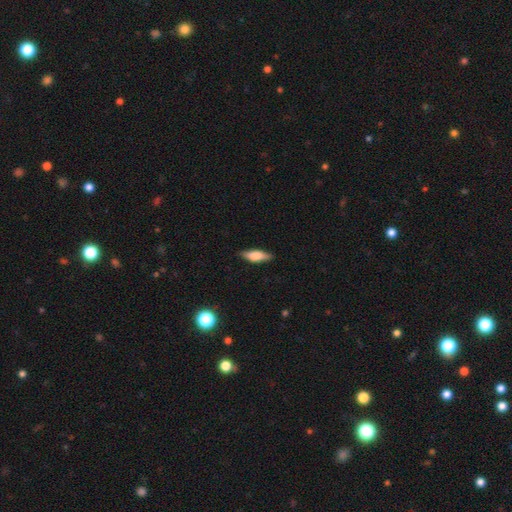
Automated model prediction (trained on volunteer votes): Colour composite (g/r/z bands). It shows a smooth galaxy with no disk features (64%) that is in between round and cigar-shaped (54%). Merging: none (86%).